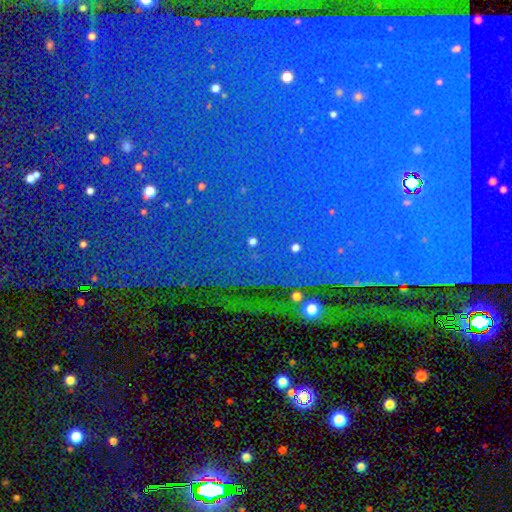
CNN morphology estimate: Smooth or featured? star or artifact (86%)